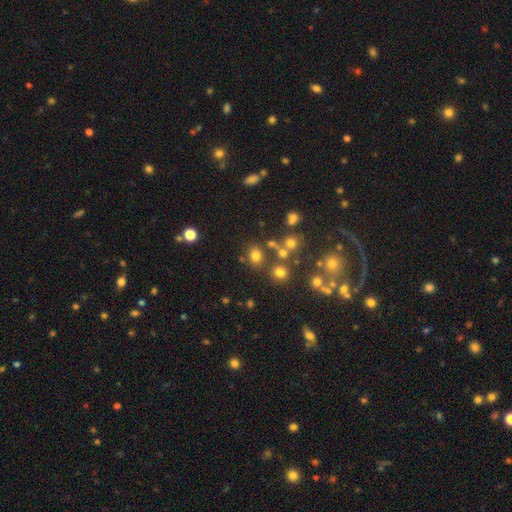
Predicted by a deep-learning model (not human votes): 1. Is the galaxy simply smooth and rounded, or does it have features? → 74% smooth, 18% star or artifact, 8% featured or disk.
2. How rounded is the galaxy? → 59% round, 40% in between, 1% cigar-shaped.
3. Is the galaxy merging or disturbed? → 73% none, 11% minor disturbance, 11% merger, 5% major disturbance.